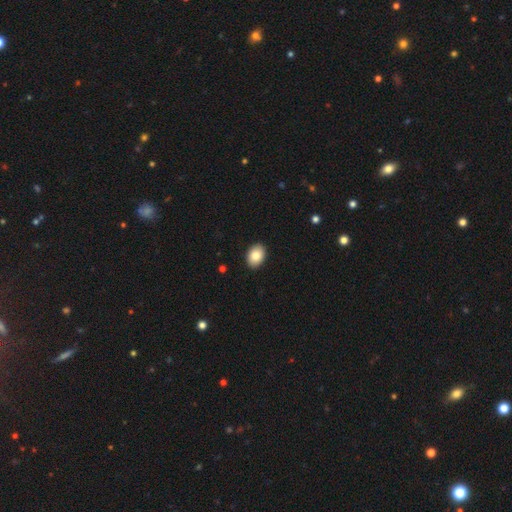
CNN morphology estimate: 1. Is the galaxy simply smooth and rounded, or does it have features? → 84% smooth, 8% featured or disk, 7% star or artifact.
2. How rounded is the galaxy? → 77% in between, 22% round, 1% cigar-shaped.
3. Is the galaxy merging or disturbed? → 91% none, 7% minor disturbance, 2% major disturbance, 1% merger.